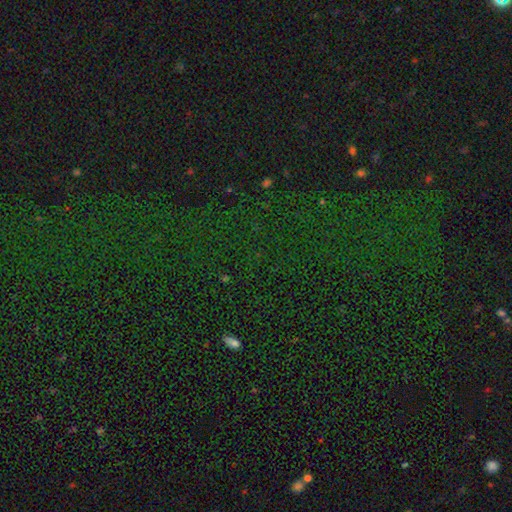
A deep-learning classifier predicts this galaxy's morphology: Smooth or featured? Predicted: star or artifact (p=0.81).